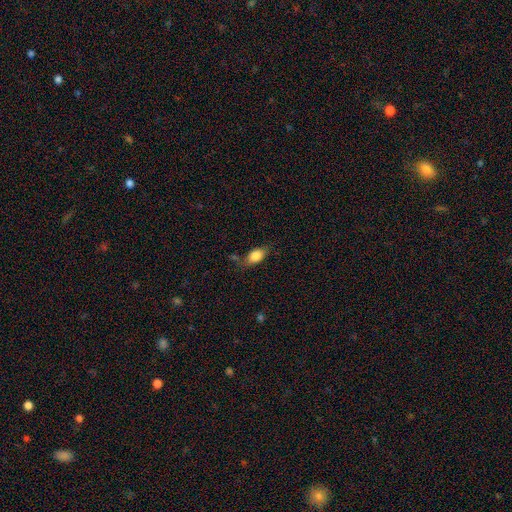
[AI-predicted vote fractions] The model was most divided on "merging": none: 65%, minor disturbance: 24%, major disturbance: 7%, merger: 5%. More confident: how rounded — in between (86%); smooth or featured — smooth (81%).